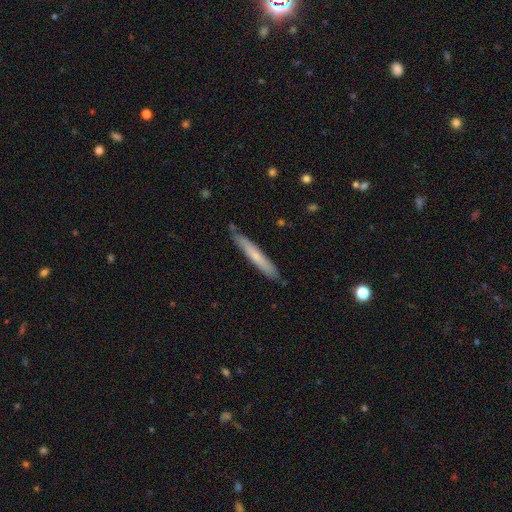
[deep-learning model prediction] Overall: smooth (63%; featured or disk 32%). How rounded: cigar-shaped (95%). Merging: none (86%).